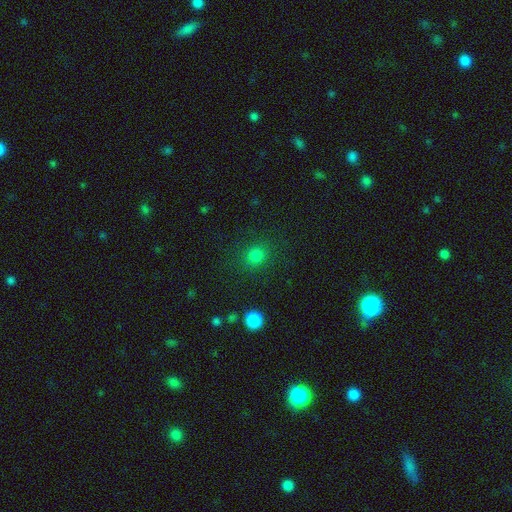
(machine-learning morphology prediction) smooth 81%, star or artifact 14%, featured or disk 5%. Down the decision tree: how rounded — round (80%); merging — none (87%).